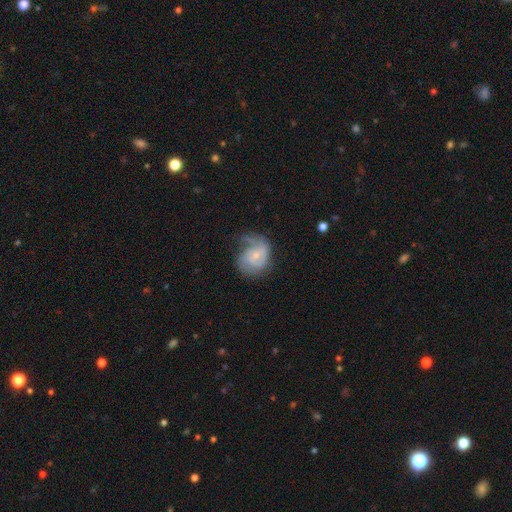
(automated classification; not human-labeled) Q: Smooth or featured?
A: featured or disk (72%); runner-up: smooth (22%)
Q: Edge-on disk?
A: no (98%); runner-up: yes (2%)
Q: Bar?
A: no (57%); runner-up: weak (38%)
Q: Spiral arms?
A: yes (90%); runner-up: no (10%)
Q: Spiral winding?
A: medium (41%); runner-up: tight (38%)
Q: Spiral arm count?
A: 2 (43%); runner-up: 1 (23%)
Q: Bulge size?
A: small (65%); runner-up: moderate (27%)
Q: Merging?
A: none (44%); runner-up: minor disturbance (28%)